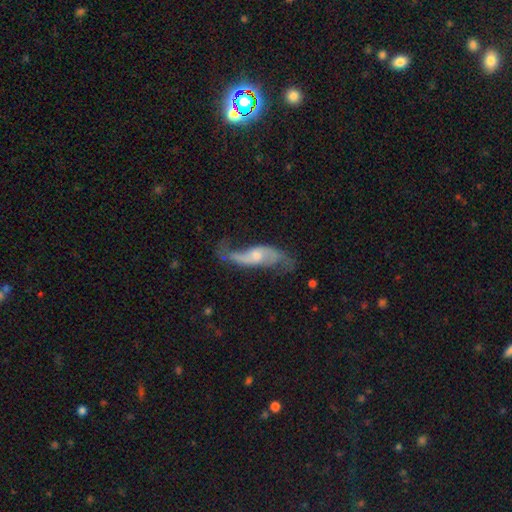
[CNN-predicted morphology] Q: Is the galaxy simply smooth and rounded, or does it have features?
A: featured or disk — 80%.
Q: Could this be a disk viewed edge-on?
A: no — 88%.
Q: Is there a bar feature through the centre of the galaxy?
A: no — 52%.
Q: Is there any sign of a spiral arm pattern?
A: yes — 93%.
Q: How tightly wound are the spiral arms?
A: loose — 76%.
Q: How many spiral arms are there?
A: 2 — 89%.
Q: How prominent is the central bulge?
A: moderate — 45%.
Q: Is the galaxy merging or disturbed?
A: none — 58%.